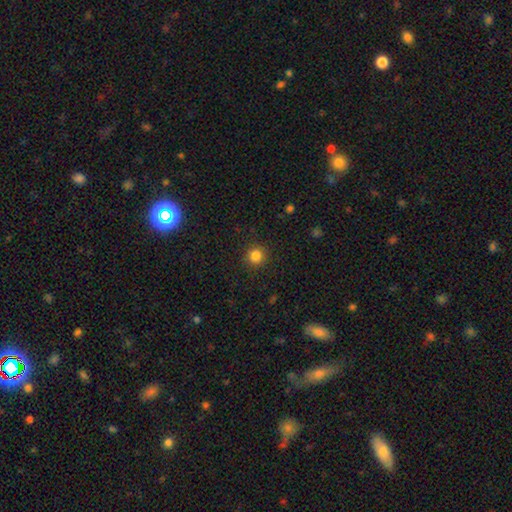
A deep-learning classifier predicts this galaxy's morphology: This appears to be a smooth galaxy with no disk features (84%) that is round (94%). Merging: none (91%).